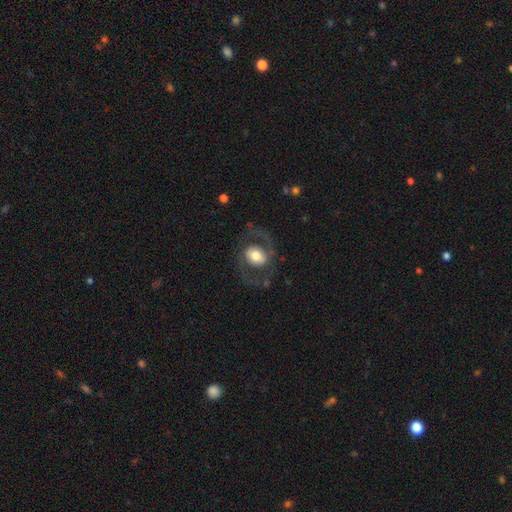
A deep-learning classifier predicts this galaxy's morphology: featured or disk 61%, smooth 33%, star or artifact 6%. Down the decision tree: edge-on disk — no (96%); bar — no (60%); spiral arms — yes (64%); bulge size — moderate (52%); merging — none (69%).